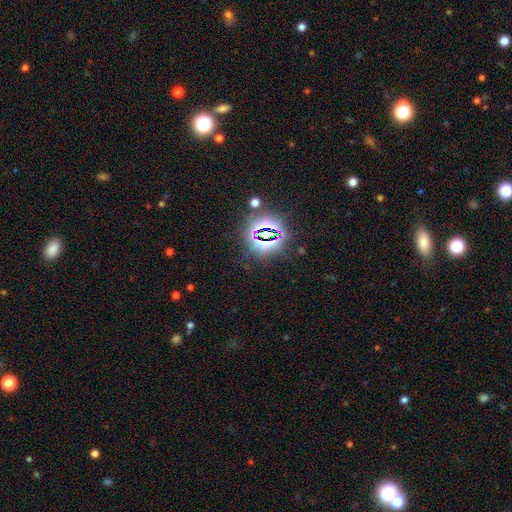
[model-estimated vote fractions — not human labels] Morphology: type=star or artifact (78%).